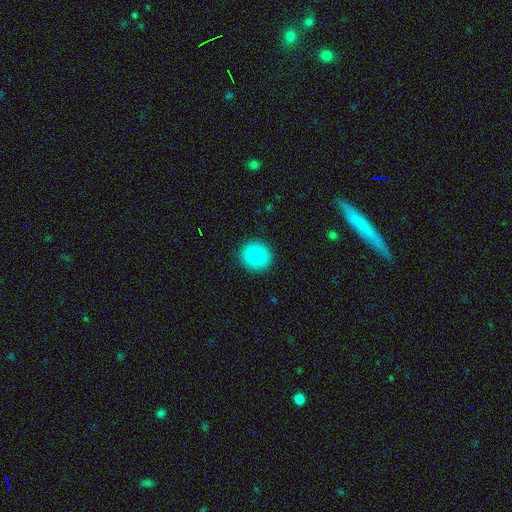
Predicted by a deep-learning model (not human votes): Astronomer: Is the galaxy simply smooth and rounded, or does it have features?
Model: smooth — 84%.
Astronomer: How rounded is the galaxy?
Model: round — 89%.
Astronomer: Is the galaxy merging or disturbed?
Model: none — 91%.